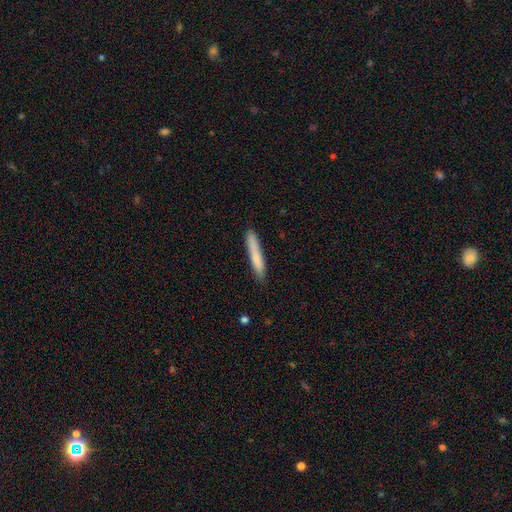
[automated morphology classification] A smooth galaxy with no disk features (79%) that is cigar-shaped (94%).

Vote fractions:
- Smooth or featured? smooth: 79% / featured or disk: 16% / star or artifact: 6%
- How rounded? cigar-shaped: 94% / in between: 4% / round: 1%
- Merging? none: 86% / minor disturbance: 11% / major disturbance: 2% / merger: 1%